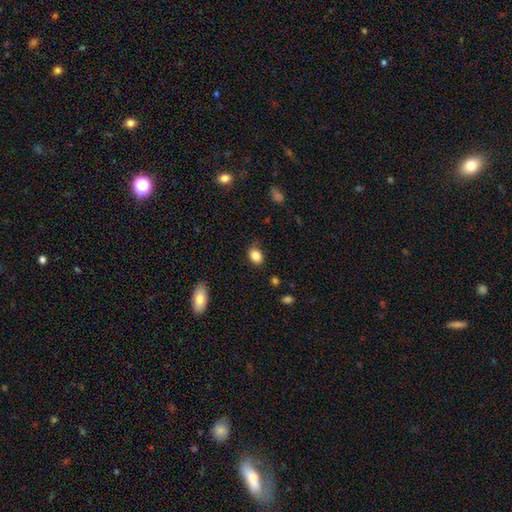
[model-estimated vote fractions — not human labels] A smooth galaxy with no disk features (86%) that is in between round and cigar-shaped (68%). Merging: none (80%).